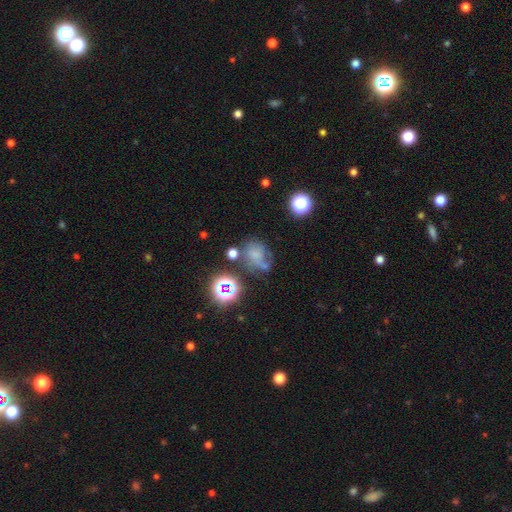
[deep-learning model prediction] Overall: smooth (45%; star or artifact 28%). Merging: none (40%; minor disturbance 24%).